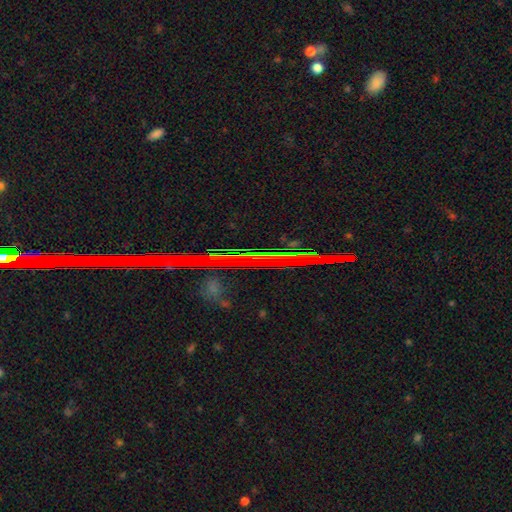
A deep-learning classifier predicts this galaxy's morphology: smooth-or-featured: star or artifact: 77% | featured or disk: 13% | smooth: 10%